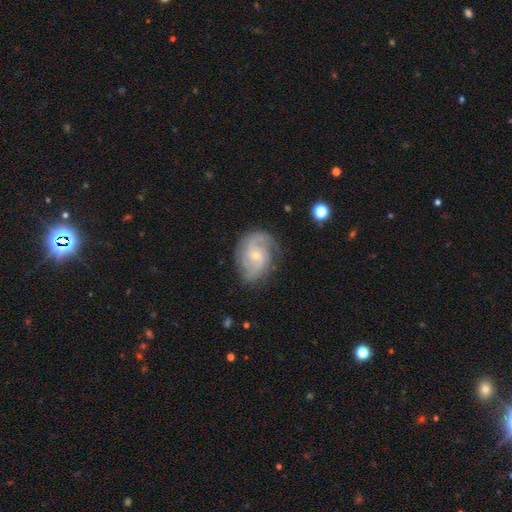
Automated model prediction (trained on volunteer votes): Morphology: type=featured or disk (85%); edge-on=no (97%); bar=no (65%); spiral arms=yes (96%); winding=medium (43%, tied with tight); arm count=2 (48%); bulge=small (72%); merging=none (73%).